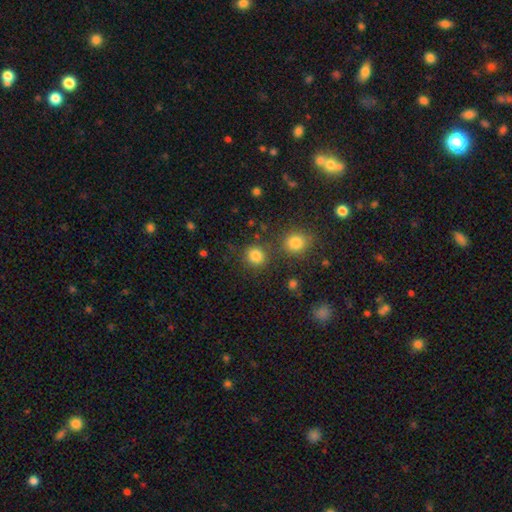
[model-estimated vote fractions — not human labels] Morphology: type=smooth (83%); roundness=round (85%); merging=none (77%).